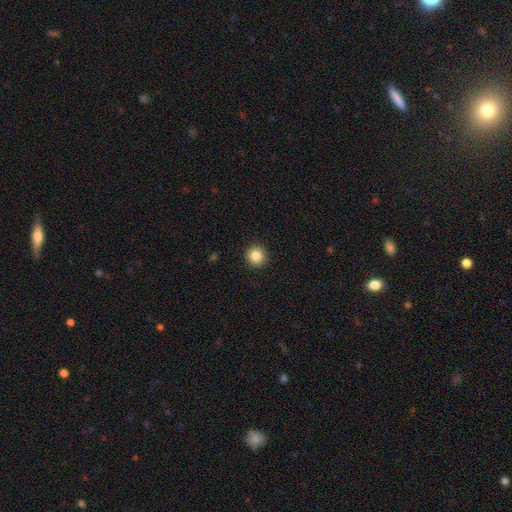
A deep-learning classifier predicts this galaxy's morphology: A smooth galaxy with no disk features (86%) that is round (95%).

Vote fractions:
- Smooth or featured? smooth: 86% / star or artifact: 10% / featured or disk: 4%
- How rounded? round: 95% / in between: 4% / cigar-shaped: 1%
- Merging? none: 93% / minor disturbance: 5% / major disturbance: 2% / merger: 1%